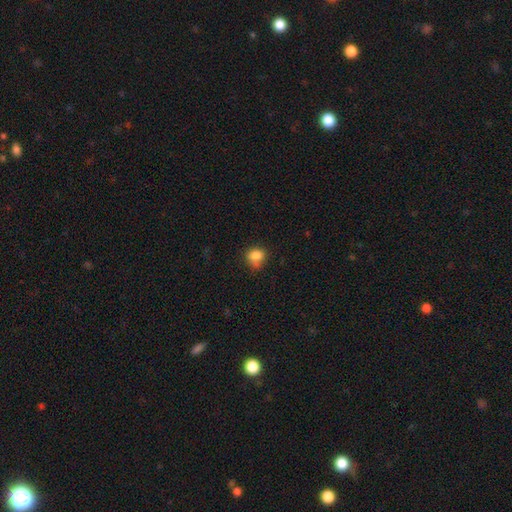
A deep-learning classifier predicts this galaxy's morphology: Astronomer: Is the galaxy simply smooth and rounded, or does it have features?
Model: smooth — 83%.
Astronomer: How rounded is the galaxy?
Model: round — 69%.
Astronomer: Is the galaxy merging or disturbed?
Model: none — 57%.